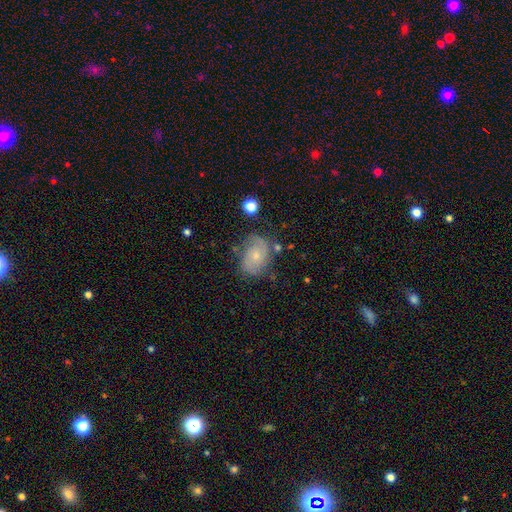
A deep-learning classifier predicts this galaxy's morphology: Q: Smooth or featured?
A: featured or disk (64%); runner-up: smooth (27%)
Q: Edge-on disk?
A: no (97%); runner-up: yes (3%)
Q: Bar?
A: no (74%); runner-up: weak (23%)
Q: Spiral arms?
A: yes (88%); runner-up: no (12%)
Q: Spiral winding?
A: medium (42%); runner-up: tight (36%)
Q: Spiral arm count?
A: 2 (69%); runner-up: can't tell (17%)
Q: Bulge size?
A: small (65%); runner-up: moderate (29%)
Q: Merging?
A: none (63%); runner-up: minor disturbance (24%)